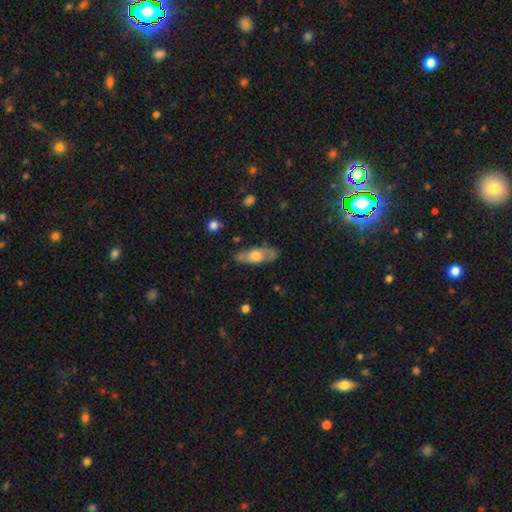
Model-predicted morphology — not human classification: featured or disk 51%, smooth 44%, star or artifact 5%. Down the decision tree: edge-on disk — no (64%); merging — none (79%).